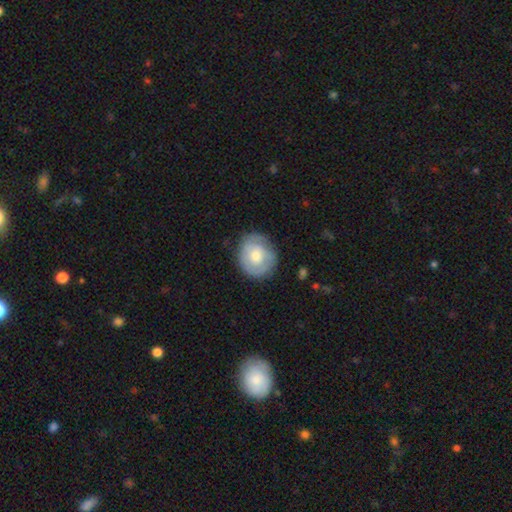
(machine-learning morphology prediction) smooth_or_featured: featured or disk (p=0.50) [alt: smooth p=0.44]
disk_edge_on: no (p=0.97) [alt: yes p=0.03]
merging: none (p=0.75) [alt: minor disturbance p=0.18]